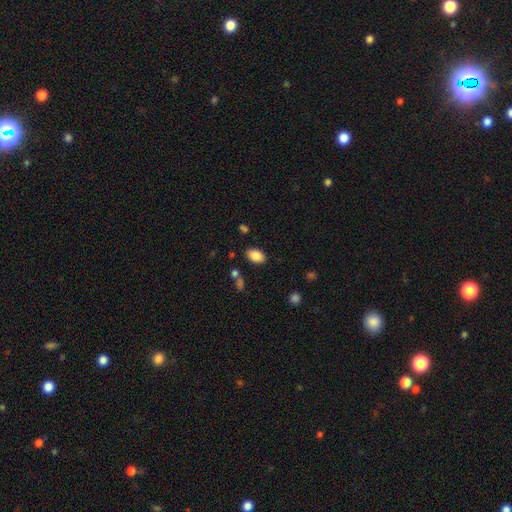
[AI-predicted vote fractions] A smooth galaxy with no disk features (86%) that is in between round and cigar-shaped (91%). Merging: none (85%).